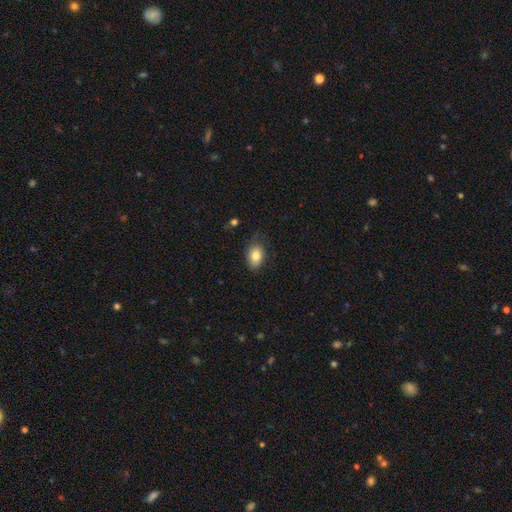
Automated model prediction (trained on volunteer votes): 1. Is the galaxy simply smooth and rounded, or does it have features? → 83% smooth, 9% featured or disk, 8% star or artifact.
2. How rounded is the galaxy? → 81% in between, 18% round, 1% cigar-shaped.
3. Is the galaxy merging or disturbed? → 74% none, 21% minor disturbance, 4% major disturbance, 1% merger.